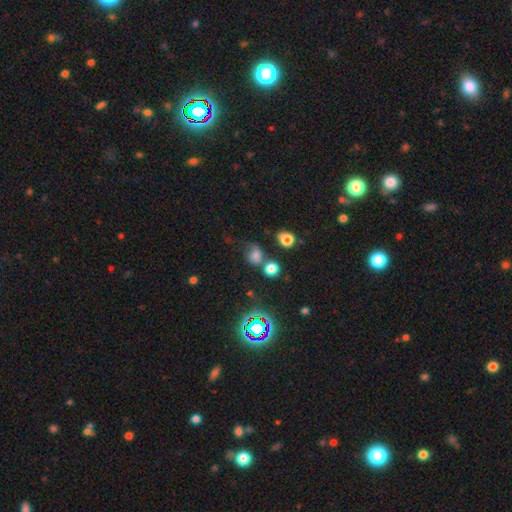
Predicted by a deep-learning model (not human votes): Smooth or featured? Predicted: smooth (p=0.66). How rounded? Predicted: round (p=0.66). Merging? Predicted: none (p=0.49).